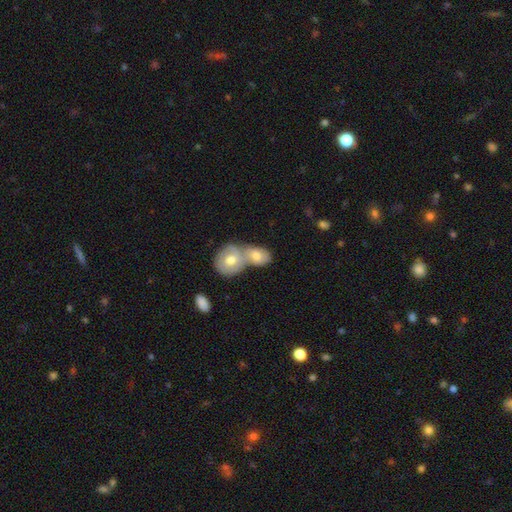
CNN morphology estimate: smooth 42%, featured or disk 41%, star or artifact 17%. Down the decision tree: merging — merger (46%).